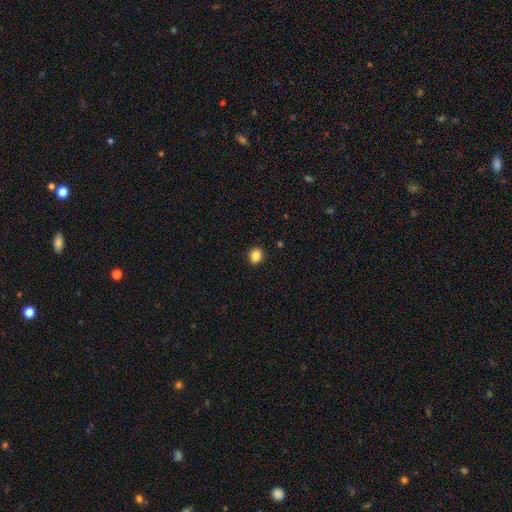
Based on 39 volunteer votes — Morphology: type=smooth (87%); roundness=round (56%); merging=none (92%).